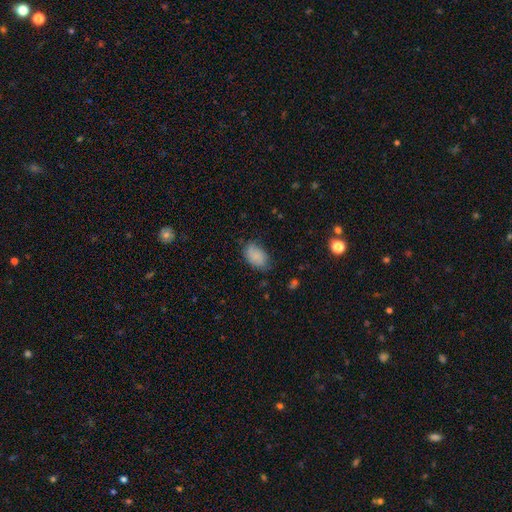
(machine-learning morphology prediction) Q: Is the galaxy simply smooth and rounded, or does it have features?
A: smooth — 83%.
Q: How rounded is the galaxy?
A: in between — 91%.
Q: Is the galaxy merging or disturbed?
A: none — 67%.